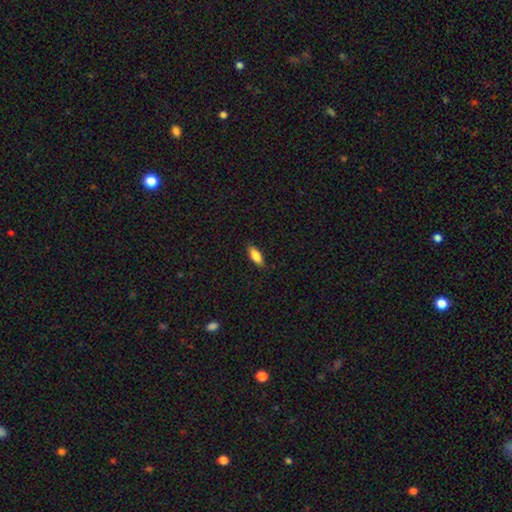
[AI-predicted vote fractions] Smooth or featured?
  - smooth: 83% *
  - featured or disk: 10%
  - star or artifact: 7%
How rounded?
  - in between: 73% *
  - cigar-shaped: 24%
  - round: 2%
Merging?
  - none: 86% *
  - minor disturbance: 11%
  - major disturbance: 2%
  - merger: 1%